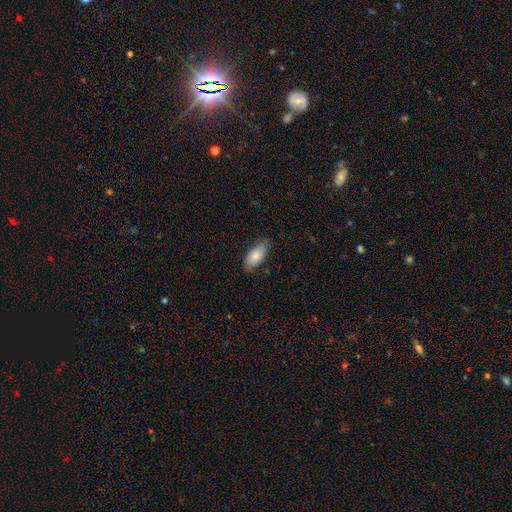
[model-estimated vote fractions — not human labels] This is clearly a smooth galaxy (82%). How rounded: clearly in between (90%). Merging: likely none (79%).